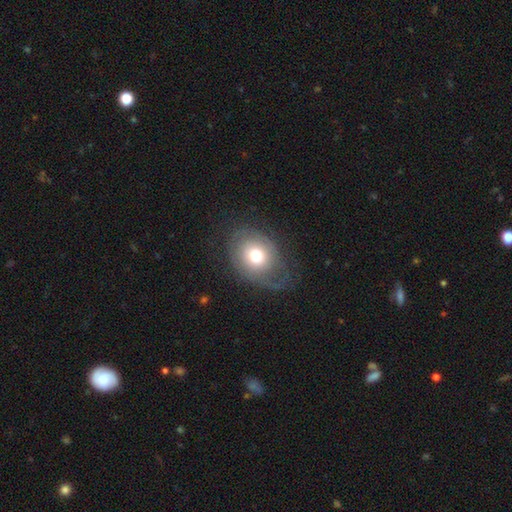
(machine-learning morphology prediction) This appears to be a smooth galaxy with no disk features (49%). Merging: none (59%).